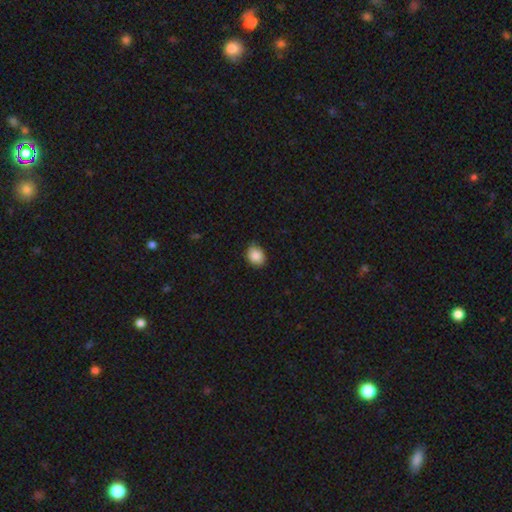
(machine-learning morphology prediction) smooth 88%, star or artifact 8%, featured or disk 4%. Down the decision tree: how rounded — round (50%); merging — none (78%).